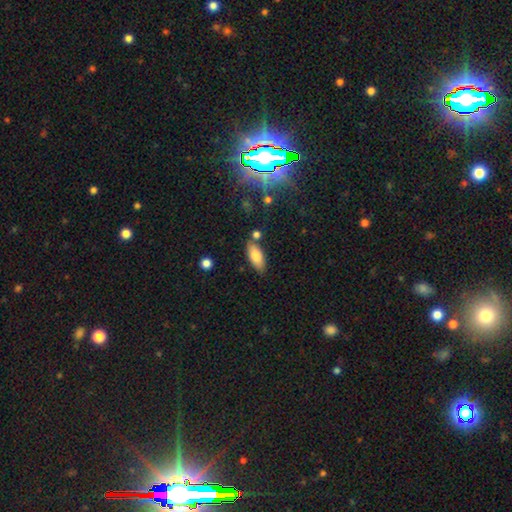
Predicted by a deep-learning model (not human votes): A smooth galaxy with no disk features (79%) that is in between round and cigar-shaped (84%).

Vote fractions:
- Smooth or featured? smooth: 79% / featured or disk: 14% / star or artifact: 8%
- How rounded? in between: 84% / cigar-shaped: 14% / round: 2%
- Merging? none: 78% / minor disturbance: 12% / merger: 7% / major disturbance: 3%